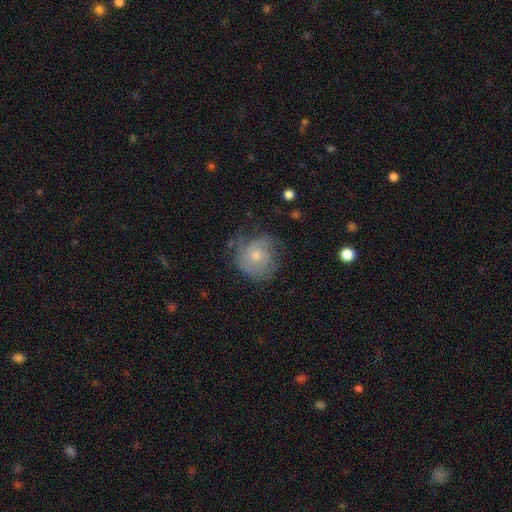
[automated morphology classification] Overall: featured or disk (49%; smooth 43%). Merging: none (54%; minor disturbance 29%).